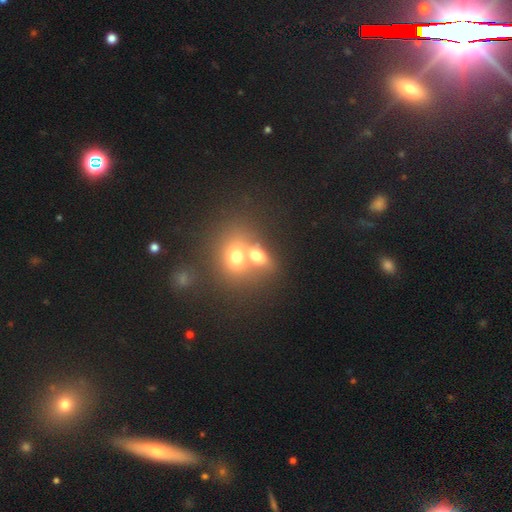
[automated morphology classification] Overall: smooth (68%). How rounded: in between (59%; round 39%). Merging: merger (64%; none 26%).